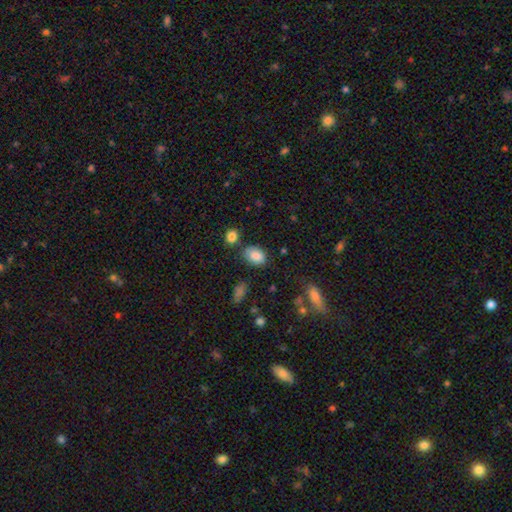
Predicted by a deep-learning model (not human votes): smooth_or_featured: smooth (p=0.85) [alt: star or artifact p=0.08]
how_rounded: in between (p=0.78) [alt: round p=0.21]
merging: none (p=0.72) [alt: minor disturbance p=0.18]